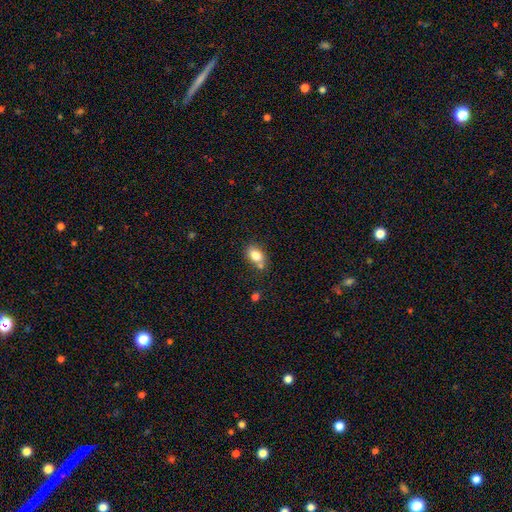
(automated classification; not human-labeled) Smooth or featured? Predicted: smooth (p=0.81). How rounded? Predicted: in between (p=0.73). Merging? Predicted: none (p=0.58).